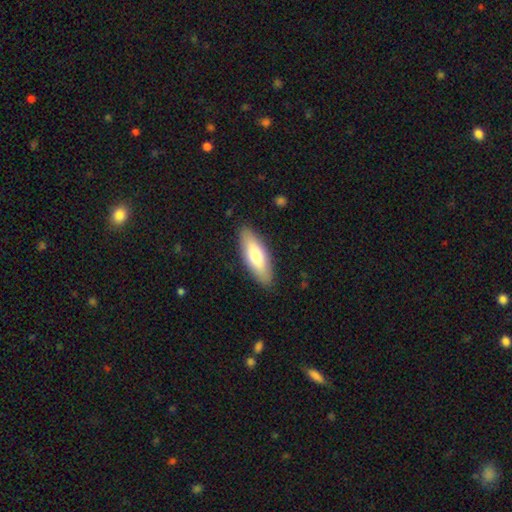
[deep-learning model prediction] Smooth or featured? Predicted: smooth (p=0.68). How rounded? Predicted: in between (p=0.62). Merging? Predicted: none (p=0.88).